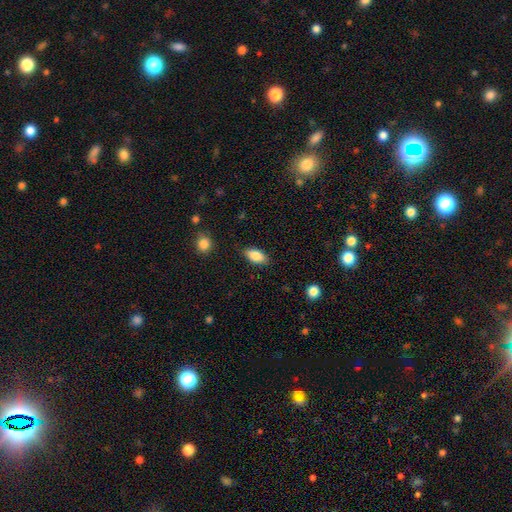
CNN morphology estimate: smooth-or-featured: smooth: 86% | star or artifact: 7% | featured or disk: 7%
  how-rounded: in between: 91% | cigar-shaped: 6% | round: 3%
  merging: none: 85% | minor disturbance: 11% | major disturbance: 3% | merger: 1%